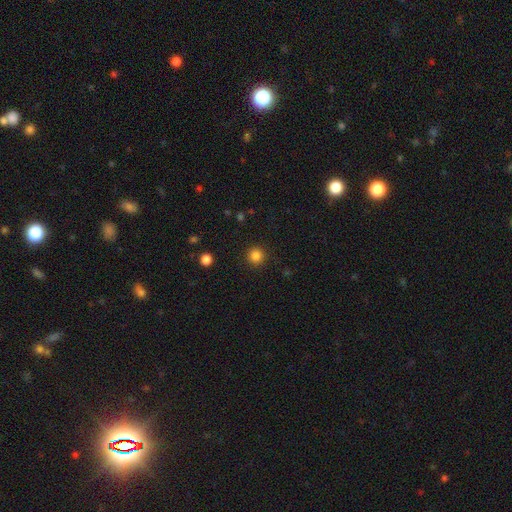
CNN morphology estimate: Q: Smooth or featured?
A: smooth (84%); runner-up: star or artifact (12%)
Q: How rounded?
A: round (95%); runner-up: in between (4%)
Q: Merging?
A: none (92%); runner-up: minor disturbance (5%)